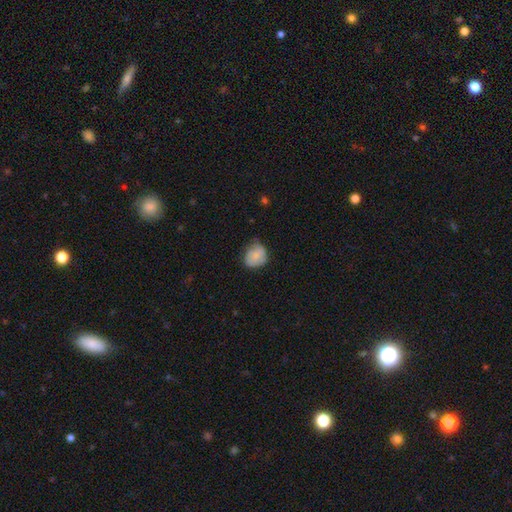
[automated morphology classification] Smooth or featured? Predicted: smooth (p=0.75). How rounded? Predicted: round (p=0.69). Merging? Predicted: none (p=0.58).